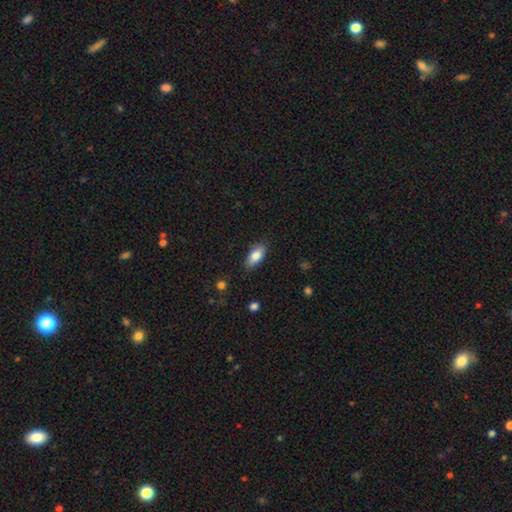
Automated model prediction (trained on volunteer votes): Smooth or featured?
  - smooth: 80% *
  - featured or disk: 13%
  - star or artifact: 7%
How rounded?
  - in between: 85% *
  - cigar-shaped: 12%
  - round: 3%
Merging?
  - none: 85% *
  - minor disturbance: 11%
  - major disturbance: 2%
  - merger: 1%